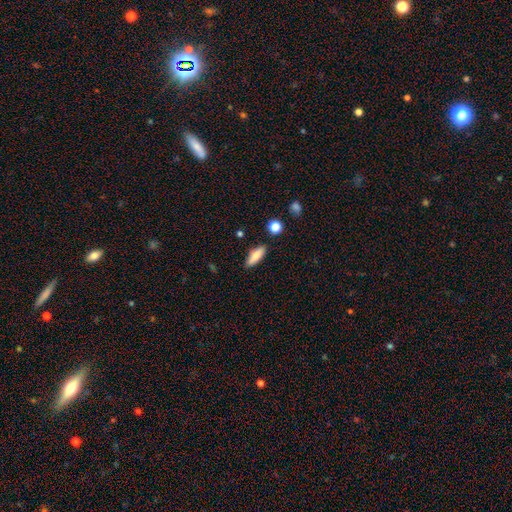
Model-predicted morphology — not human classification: Smooth or featured?
  - smooth: 77% *
  - featured or disk: 16%
  - star or artifact: 7%
How rounded?
  - in between: 50% *
  - cigar-shaped: 47%
  - round: 3%
Merging?
  - none: 84% *
  - minor disturbance: 11%
  - merger: 2%
  - major disturbance: 2%